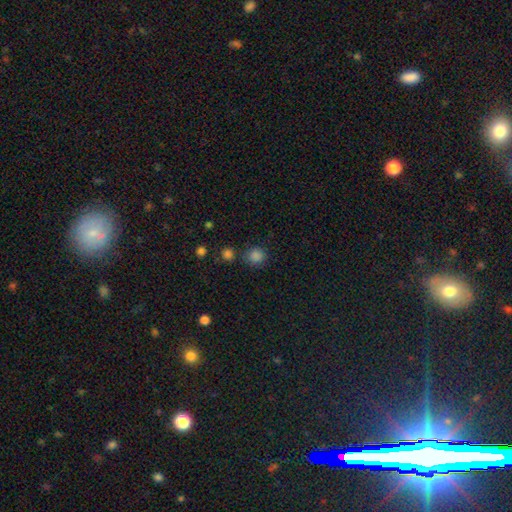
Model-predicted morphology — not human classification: smooth_or_featured: smooth (p=0.82) [alt: star or artifact p=0.14]
how_rounded: round (p=0.87) [alt: in between p=0.12]
merging: none (p=0.79) [alt: minor disturbance p=0.10]